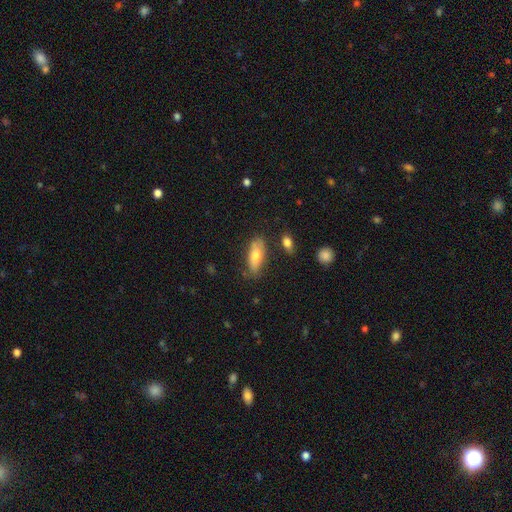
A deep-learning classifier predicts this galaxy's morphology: This appears to be a smooth galaxy with no disk features (69%) that is in between round and cigar-shaped (67%). Merging: none (73%).